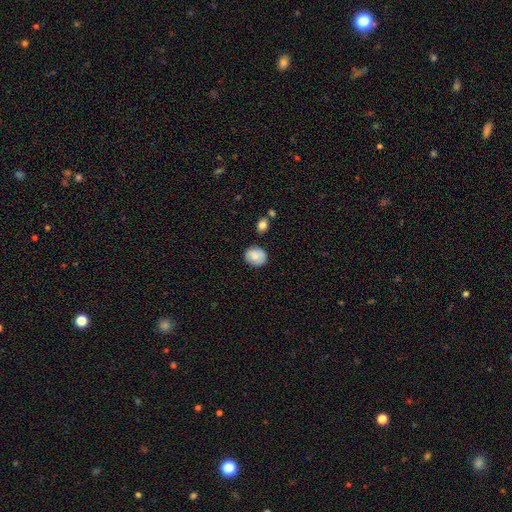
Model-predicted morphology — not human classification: A smooth galaxy with no disk features (81%) that is round (70%).

Vote fractions:
- Smooth or featured? smooth: 81% / featured or disk: 12% / star or artifact: 7%
- How rounded? round: 70% / in between: 29% / cigar-shaped: 1%
- Merging? none: 81% / minor disturbance: 14% / major disturbance: 3% / merger: 3%